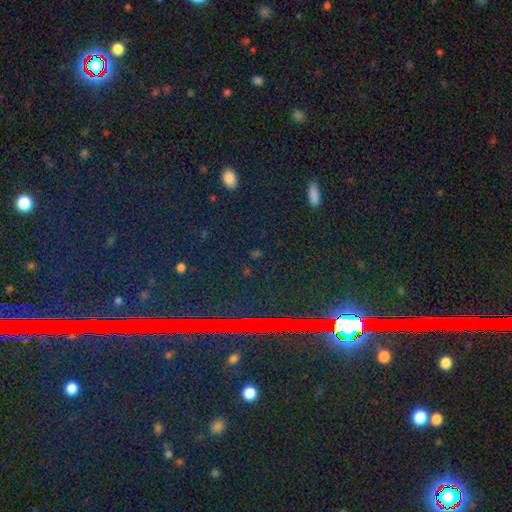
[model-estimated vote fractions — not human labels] The model was most divided on "smooth or featured": star or artifact: 82%, smooth: 10%, featured or disk: 8%.